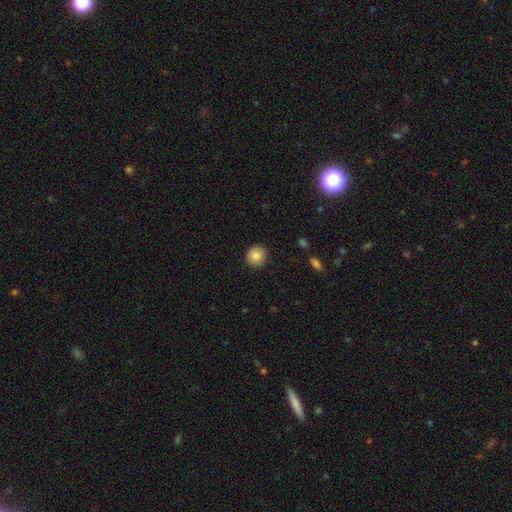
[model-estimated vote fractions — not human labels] smooth 86%, star or artifact 8%, featured or disk 6%. Down the decision tree: how rounded — round (88%); merging — none (90%).